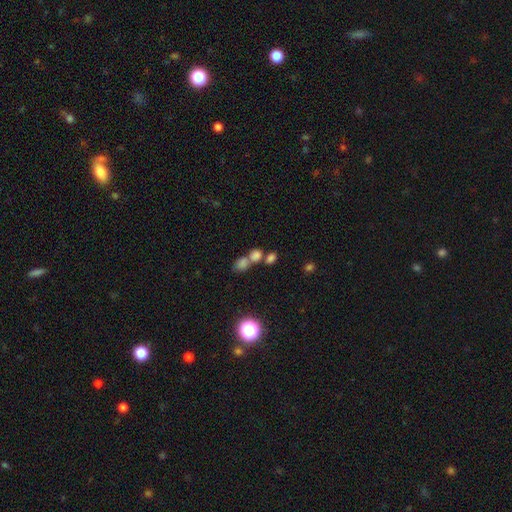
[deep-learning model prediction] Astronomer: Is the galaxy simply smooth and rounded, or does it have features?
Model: smooth — 74%.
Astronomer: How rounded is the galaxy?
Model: in between — 57% (runner-up: round, 40%).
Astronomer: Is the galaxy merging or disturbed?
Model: merger — 57% (runner-up: none, 32%).